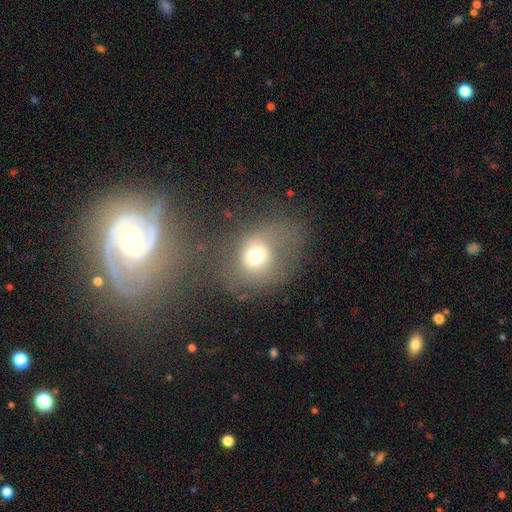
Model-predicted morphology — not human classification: Smooth or featured: smooth — 63% (featured or disk — 23%)
How rounded: round — 64% (in between — 35%)
Merging: major disturbance — 38% (none — 32%)